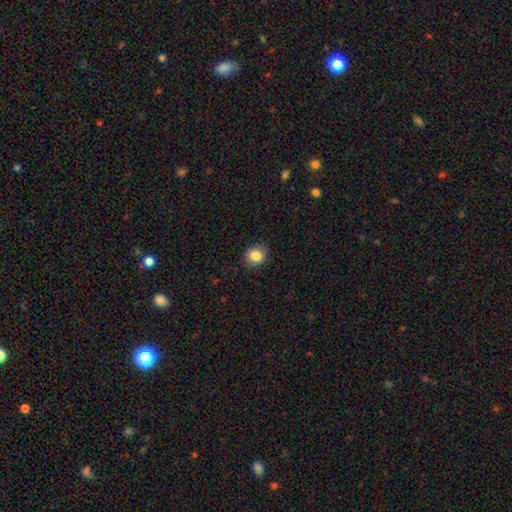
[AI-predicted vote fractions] Smooth or featured?
  - smooth: 85% *
  - star or artifact: 10%
  - featured or disk: 5%
How rounded?
  - round: 72% *
  - in between: 27%
  - cigar-shaped: 1%
Merging?
  - none: 87% *
  - minor disturbance: 10%
  - major disturbance: 2%
  - merger: 1%